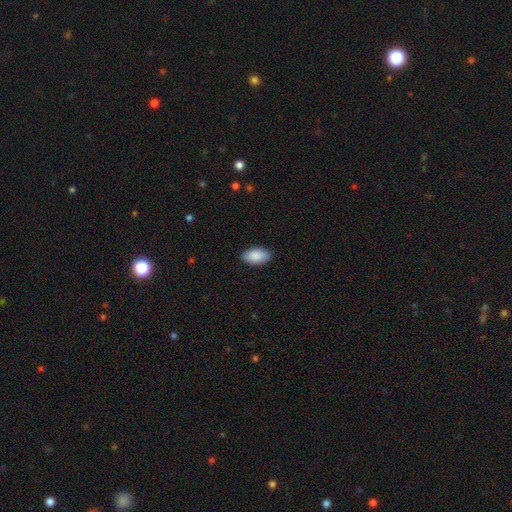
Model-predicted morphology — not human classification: Overall: smooth (89%). How rounded: in between (95%). Merging: none (88%).